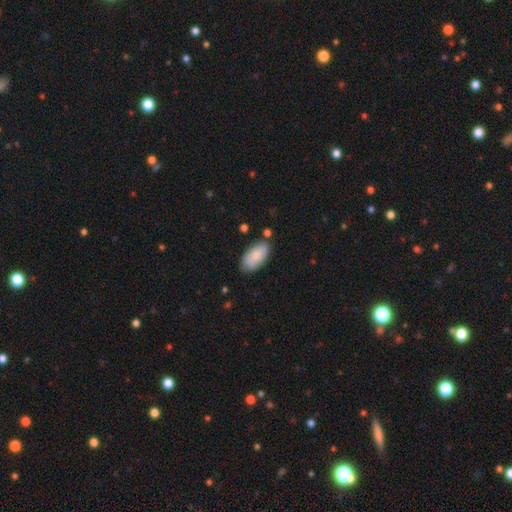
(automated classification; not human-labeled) A smooth galaxy with no disk features (82%) that is in between round and cigar-shaped (94%). Merging: none (74%).